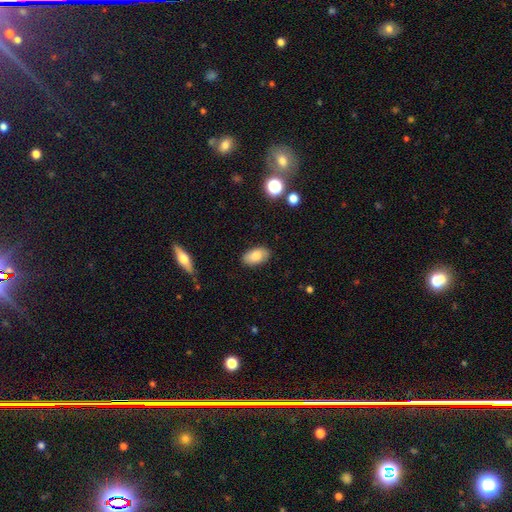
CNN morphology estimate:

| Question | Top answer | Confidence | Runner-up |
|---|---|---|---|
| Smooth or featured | smooth | 82% | featured or disk (11%) |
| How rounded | in between | 93% | round (5%) |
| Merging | none | 84% | minor disturbance (12%) |